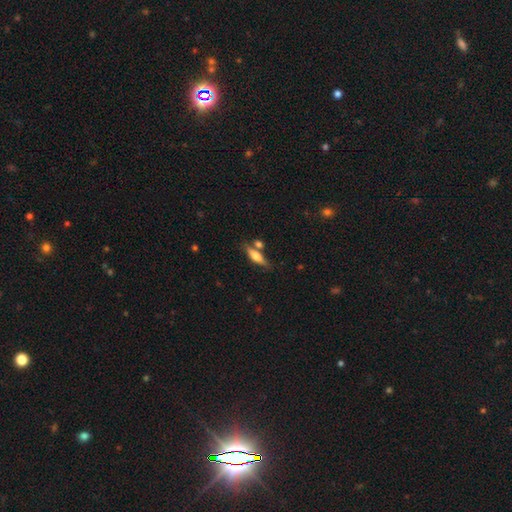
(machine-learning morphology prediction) This is possibly a smooth galaxy (54%). How rounded: likely cigar-shaped (62%). Merging: likely none (68%).